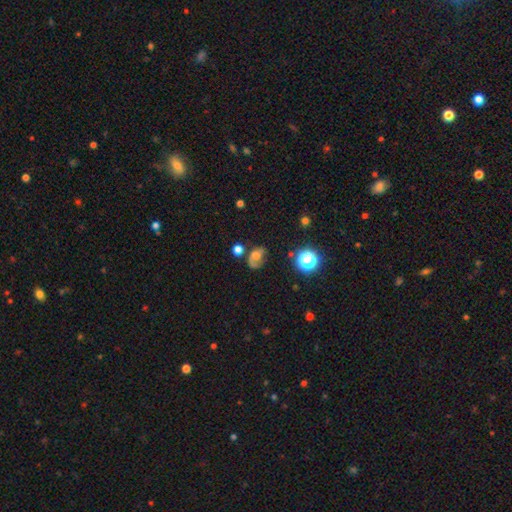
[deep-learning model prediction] Q: Smooth or featured?
A: featured or disk (51%); runner-up: smooth (35%)
Q: Edge-on disk?
A: no (97%); runner-up: yes (3%)
Q: Merging?
A: none (45%); runner-up: minor disturbance (23%)